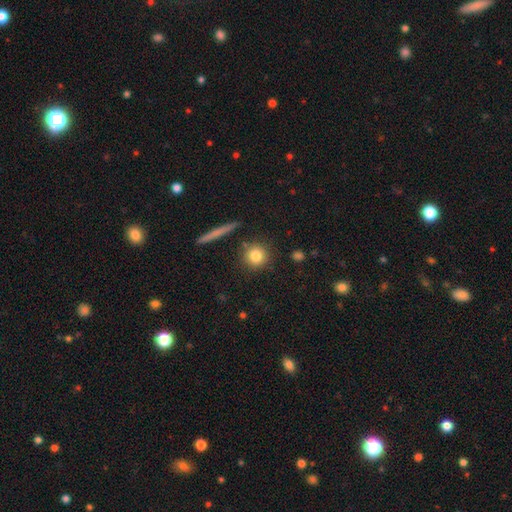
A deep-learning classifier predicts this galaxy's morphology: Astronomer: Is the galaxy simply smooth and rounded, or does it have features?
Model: smooth — 82%.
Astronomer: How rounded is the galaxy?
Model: round — 91%.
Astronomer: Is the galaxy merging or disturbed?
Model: none — 84%.